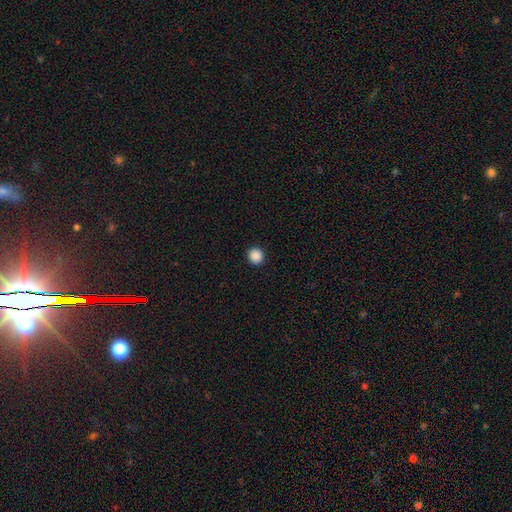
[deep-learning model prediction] This is clearly a smooth galaxy (89%). How rounded: clearly round (93%). Merging: clearly none (93%).